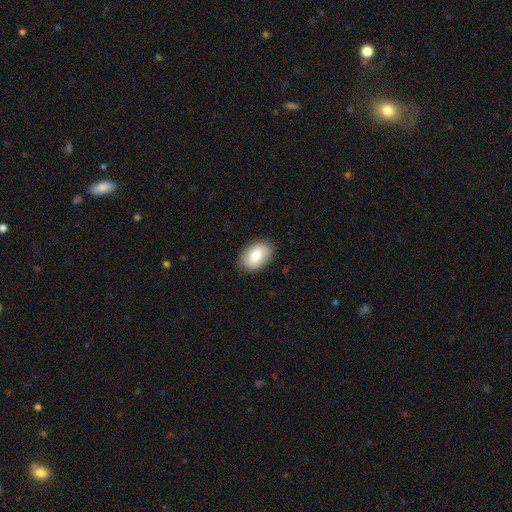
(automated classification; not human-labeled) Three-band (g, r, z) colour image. It shows a smooth galaxy with no disk features (77%) that is in between round and cigar-shaped (83%). Merging: none (88%).